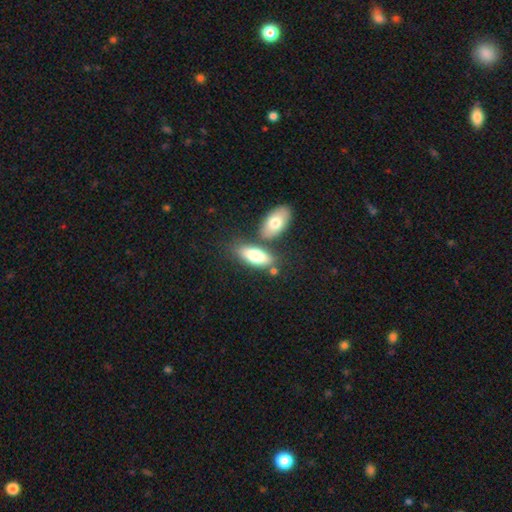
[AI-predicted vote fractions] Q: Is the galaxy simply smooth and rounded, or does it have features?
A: smooth — 74%.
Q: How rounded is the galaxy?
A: in between — 79%.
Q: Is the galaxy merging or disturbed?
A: none — 60%.